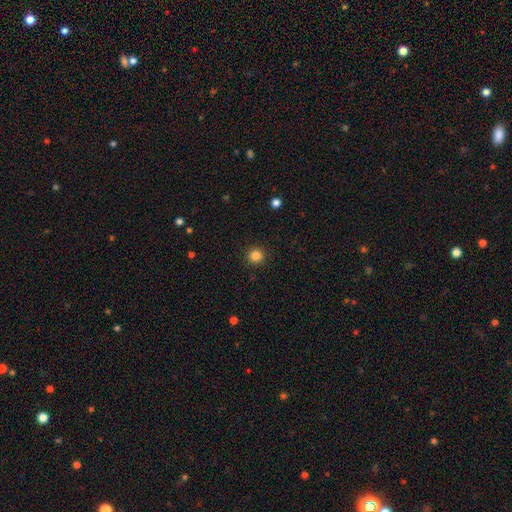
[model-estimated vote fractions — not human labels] Overall: smooth (84%). How rounded: round (95%). Merging: none (92%).